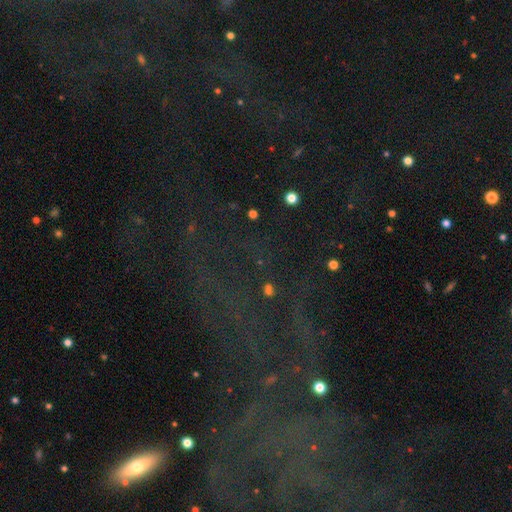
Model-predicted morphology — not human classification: Overall: star or artifact (68%).